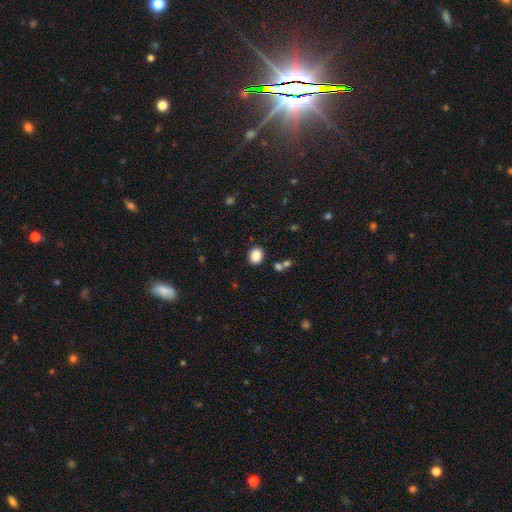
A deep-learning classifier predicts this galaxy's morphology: Smooth or featured? smooth (87%)
How rounded? round (60%)
Merging? none (84%)